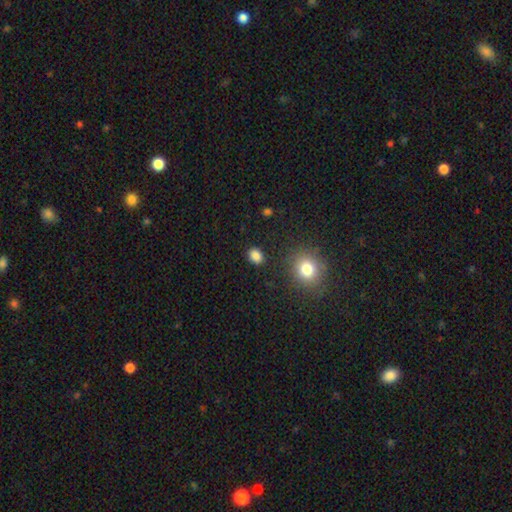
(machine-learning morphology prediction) smooth_or_featured: smooth (p=0.84) [alt: star or artifact p=0.12]
how_rounded: in between (p=0.56) [alt: round p=0.43]
merging: none (p=0.86) [alt: minor disturbance p=0.09]